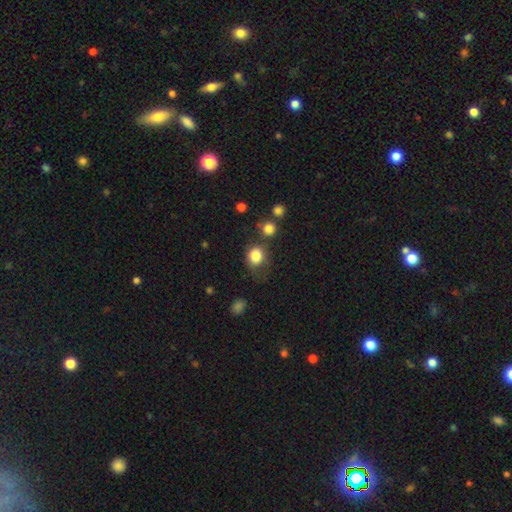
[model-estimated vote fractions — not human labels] This appears to be a smooth galaxy with no disk features (83%) that is round (68%). Merging: none (61%).